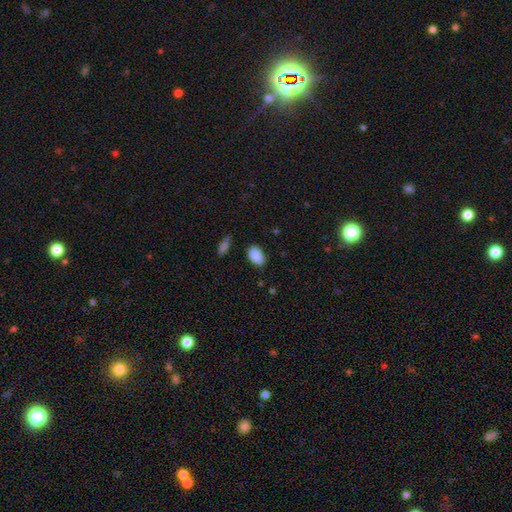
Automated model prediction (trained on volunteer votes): smooth 89%, star or artifact 7%, featured or disk 3%. Down the decision tree: how rounded — in between (91%); merging — none (81%).